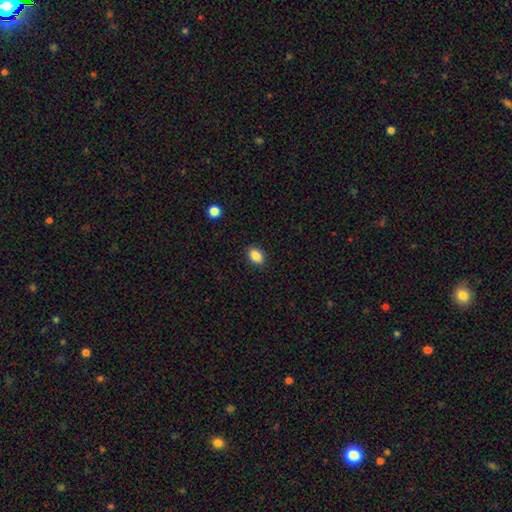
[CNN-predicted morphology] Smooth or featured? Predicted: smooth (p=0.87). How rounded? Predicted: in between (p=0.83). Merging? Predicted: none (p=0.89).